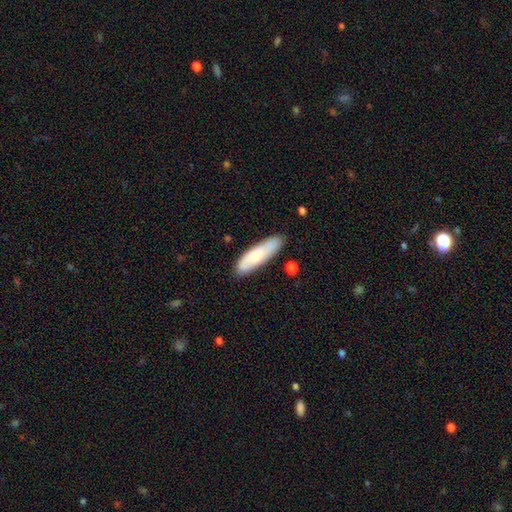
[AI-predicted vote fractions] The model was most divided on "how rounded": cigar-shaped: 59%, in between: 40%, round: 2%. More confident: merging — none (82%); smooth or featured — smooth (69%).